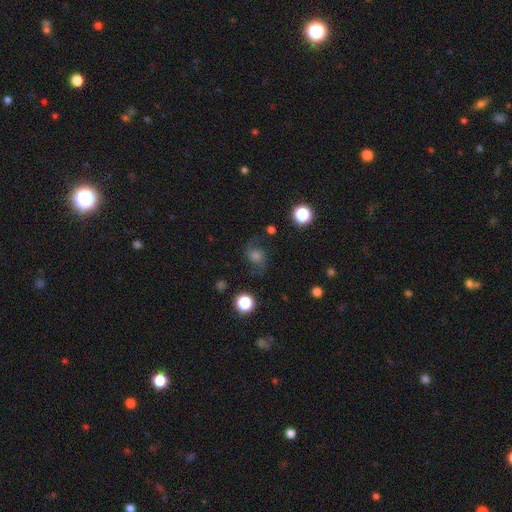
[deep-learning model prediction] smooth_or_featured: featured or disk (p=0.56) [alt: smooth p=0.23]
disk_edge_on: no (p=0.96) [alt: yes p=0.04]
bar: no (p=0.64) [alt: weak p=0.30]
has_spiral_arms: yes (p=0.92) [alt: no p=0.08]
bulge_size: moderate (p=0.42) [alt: small p=0.27]
merging: none (p=0.74) [alt: minor disturbance p=0.16]